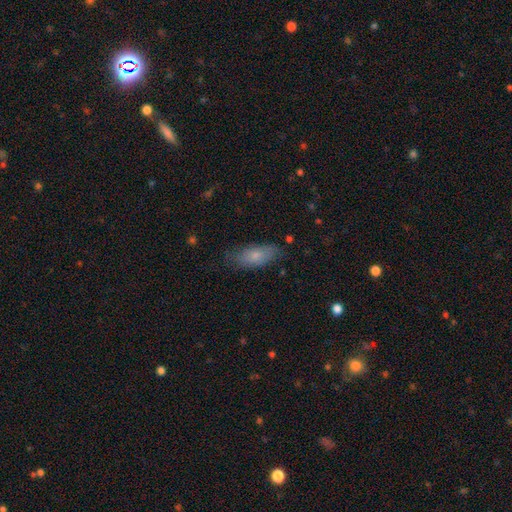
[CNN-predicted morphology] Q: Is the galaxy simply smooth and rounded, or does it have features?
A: smooth — 73%.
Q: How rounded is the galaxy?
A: in between — 78%.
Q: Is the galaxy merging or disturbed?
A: none — 73%.